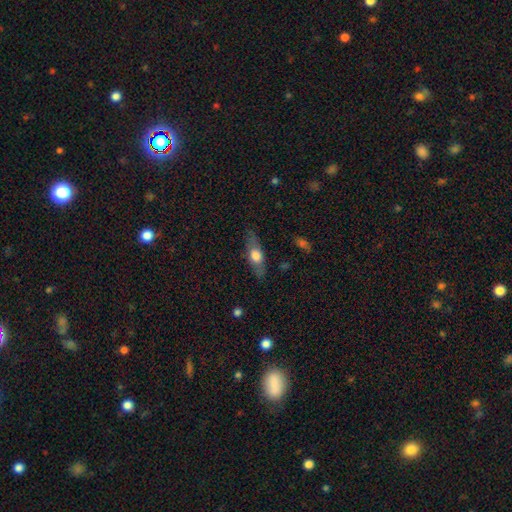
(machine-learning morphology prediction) Q: Smooth or featured?
A: smooth (54%); runner-up: featured or disk (39%)
Q: How rounded?
A: in between (52%); runner-up: cigar-shaped (43%)
Q: Merging?
A: none (80%); runner-up: minor disturbance (14%)